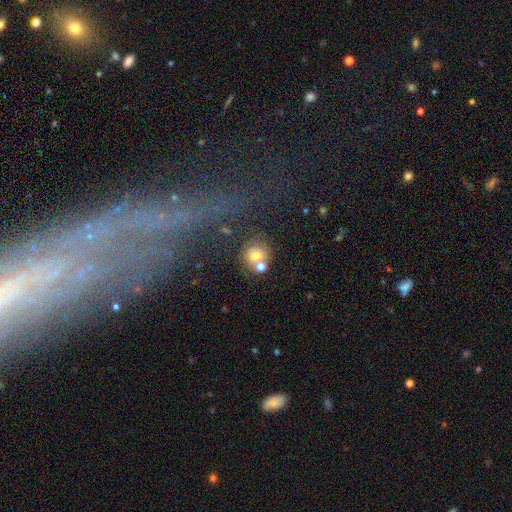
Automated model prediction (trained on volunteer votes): A smooth galaxy with no disk features (66%) that is round (82%).

Vote fractions:
- Smooth or featured? smooth: 66% / featured or disk: 20% / star or artifact: 14%
- How rounded? round: 82% / in between: 17% / cigar-shaped: 1%
- Merging? none: 51% / merger: 33% / minor disturbance: 11% / major disturbance: 5%